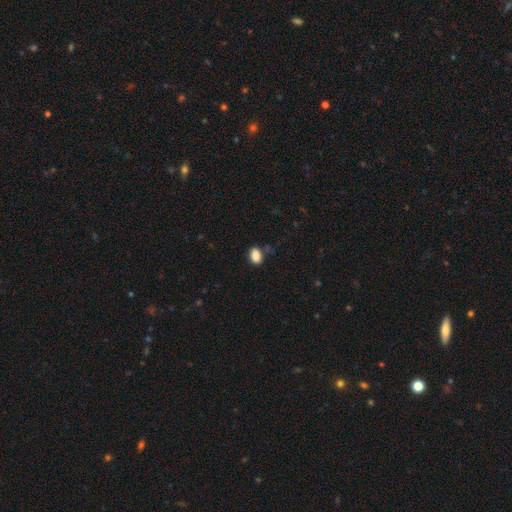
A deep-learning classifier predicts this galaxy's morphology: smooth_or_featured: smooth (p=0.87) [alt: star or artifact p=0.09]
how_rounded: in between (p=0.82) [alt: round p=0.16]
merging: none (p=0.76) [alt: minor disturbance p=0.16]